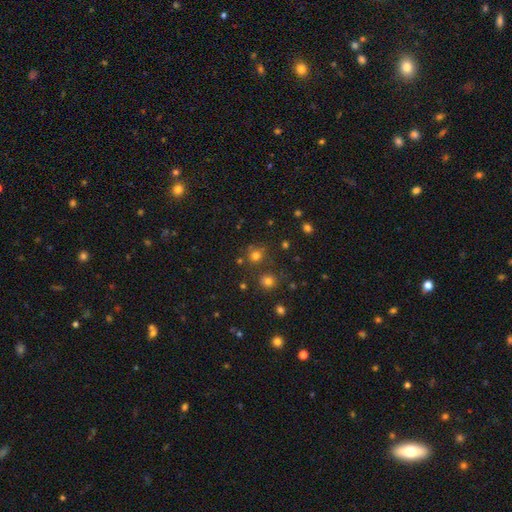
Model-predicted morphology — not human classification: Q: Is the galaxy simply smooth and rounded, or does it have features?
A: smooth — 72%.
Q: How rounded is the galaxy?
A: round — 86%.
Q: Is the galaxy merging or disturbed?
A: none — 72%.